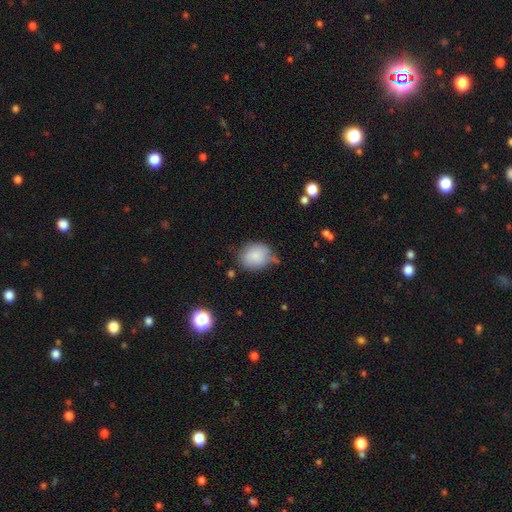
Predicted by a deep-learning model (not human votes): Smooth or featured? Predicted: smooth (p=0.83). How rounded? Predicted: round (p=0.56). Merging? Predicted: none (p=0.55).